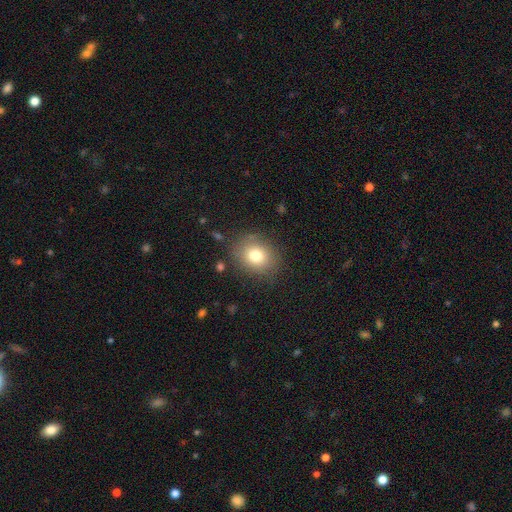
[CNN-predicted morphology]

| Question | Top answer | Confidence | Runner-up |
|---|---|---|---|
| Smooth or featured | smooth | 78% | star or artifact (11%) |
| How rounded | round | 63% | in between (36%) |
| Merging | none | 83% | minor disturbance (11%) |